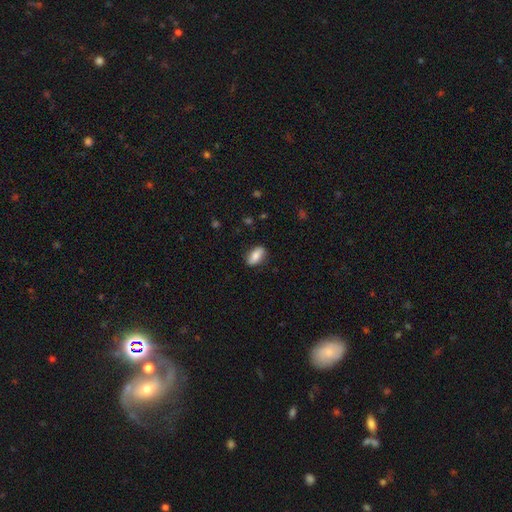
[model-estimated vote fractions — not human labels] Overall: smooth (79%). How rounded: in between (88%). Merging: none (84%).